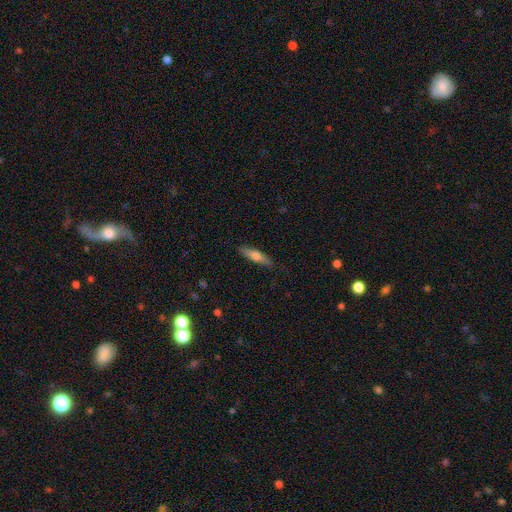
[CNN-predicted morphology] Smooth or featured? Predicted: smooth (p=0.59). How rounded? Predicted: cigar-shaped (p=0.74). Merging? Predicted: none (p=0.85).